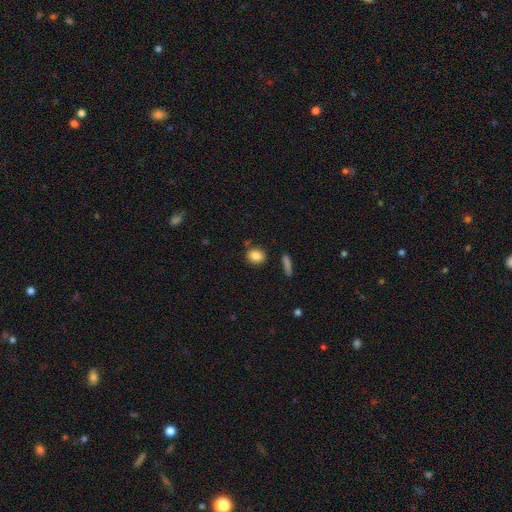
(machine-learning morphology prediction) Smooth or featured?
  - smooth: 85% *
  - star or artifact: 8%
  - featured or disk: 7%
How rounded?
  - round: 55% *
  - in between: 43%
  - cigar-shaped: 2%
Merging?
  - none: 82% *
  - minor disturbance: 11%
  - merger: 4%
  - major disturbance: 3%